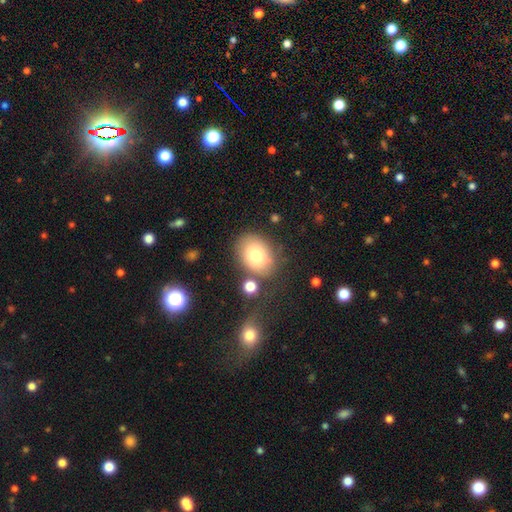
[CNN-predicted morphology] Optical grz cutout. It shows a smooth galaxy with no disk features (76%) that is in between round and cigar-shaped (67%). Merging: none (74%).